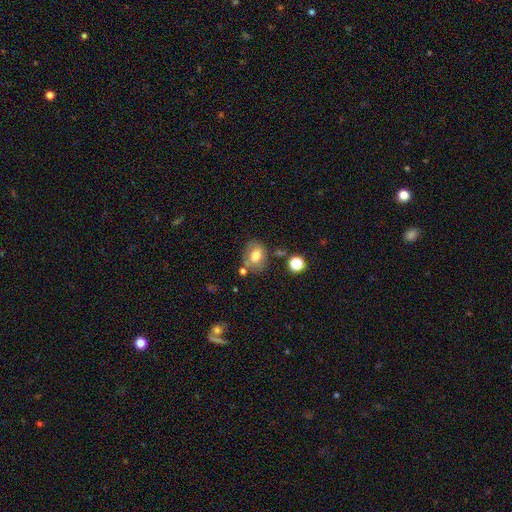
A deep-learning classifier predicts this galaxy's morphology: Q: Smooth or featured?
A: smooth (70%); runner-up: featured or disk (19%)
Q: How rounded?
A: in between (51%); runner-up: round (48%)
Q: Merging?
A: none (65%); runner-up: minor disturbance (18%)